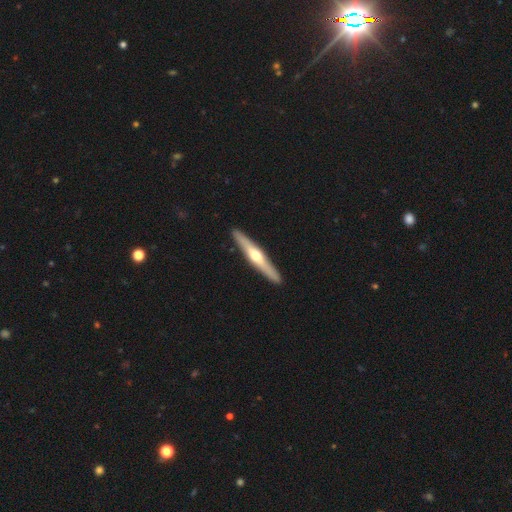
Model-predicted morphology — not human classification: Overall: featured or disk (66%; smooth 30%). Edge-on disk: yes (96%). Edge-on bulge: rounded (92%). Merging: none (92%).